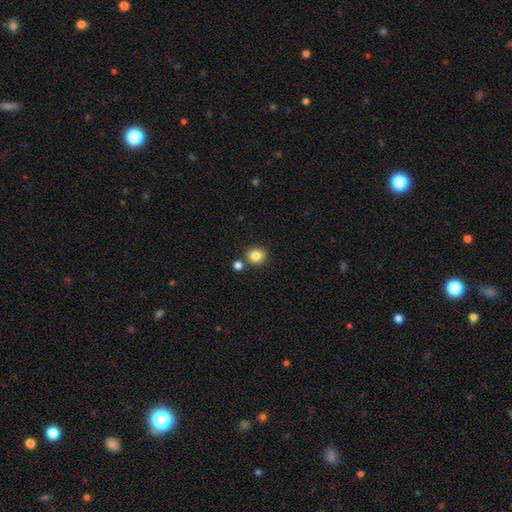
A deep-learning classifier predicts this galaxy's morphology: smooth-or-featured: smooth: 84% | star or artifact: 10% | featured or disk: 6%
  how-rounded: round: 80% | in between: 19% | cigar-shaped: 1%
  merging: none: 78% | merger: 12% | minor disturbance: 9% | major disturbance: 2%